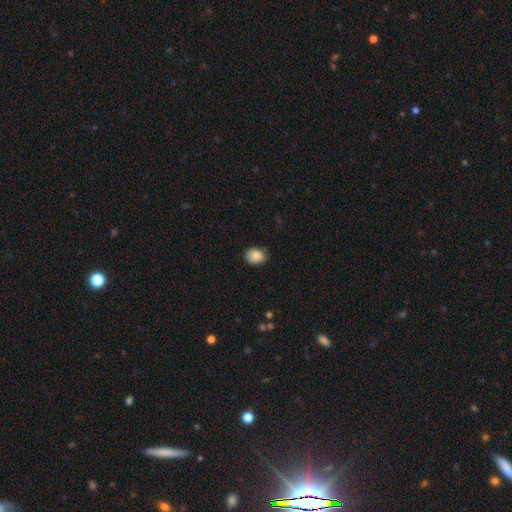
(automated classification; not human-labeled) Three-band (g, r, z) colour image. It shows a smooth galaxy with no disk features (87%) that is in between round and cigar-shaped (61%). Merging: none (76%).